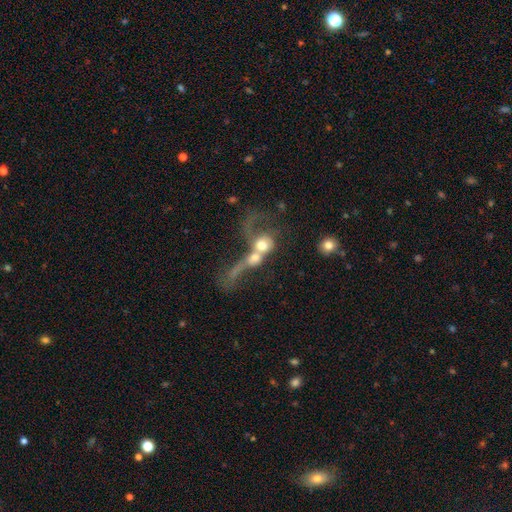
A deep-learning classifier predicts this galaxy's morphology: featured or disk 51%, smooth 34%, star or artifact 15%. Down the decision tree: edge-on disk — no (84%); merging — merger (65%).